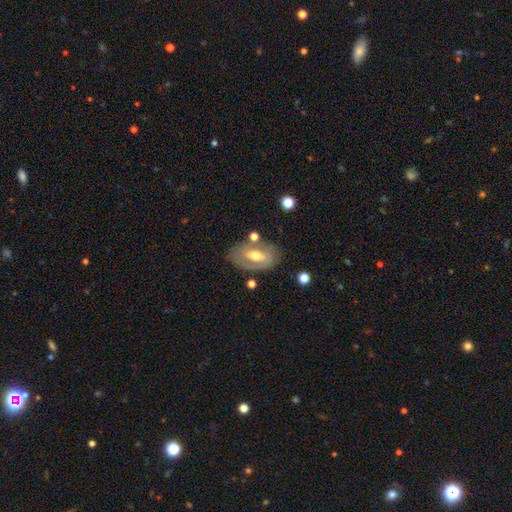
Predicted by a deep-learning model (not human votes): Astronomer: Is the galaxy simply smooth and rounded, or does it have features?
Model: featured or disk — 58% (runner-up: smooth, 35%).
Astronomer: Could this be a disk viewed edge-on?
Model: no — 88%.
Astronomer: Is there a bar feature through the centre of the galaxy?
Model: weak — 37% (runner-up: no, 34%).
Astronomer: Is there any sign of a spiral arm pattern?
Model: no — 62% (runner-up: yes, 38%).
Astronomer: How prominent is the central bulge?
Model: moderate — 69%.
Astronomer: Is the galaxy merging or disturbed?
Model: none — 68%.